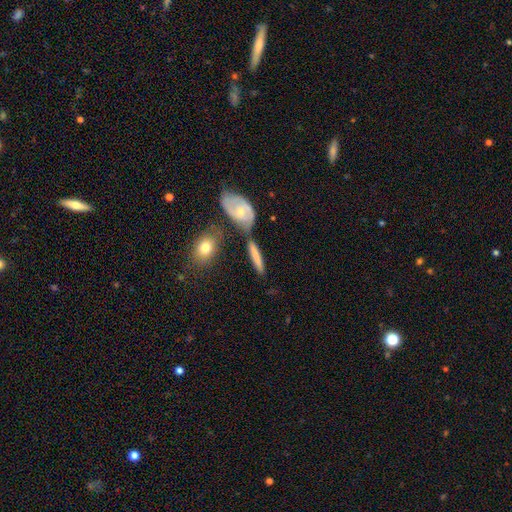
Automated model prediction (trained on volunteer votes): Smooth or featured? Predicted: smooth (p=0.67). How rounded? Predicted: cigar-shaped (p=0.77). Merging? Predicted: none (p=0.59).